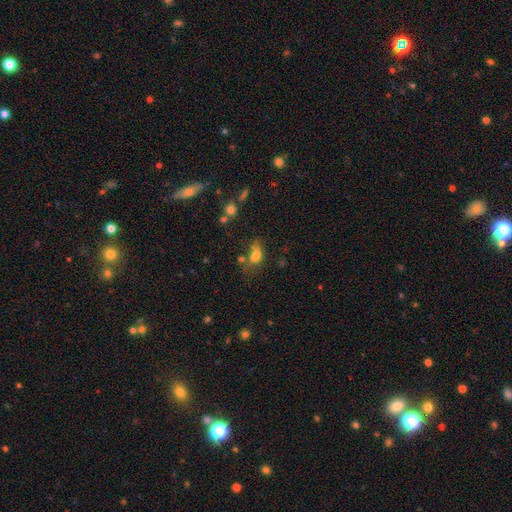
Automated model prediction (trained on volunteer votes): Smooth or featured? smooth (75%)
How rounded? in between (79%)
Merging? none (35%)